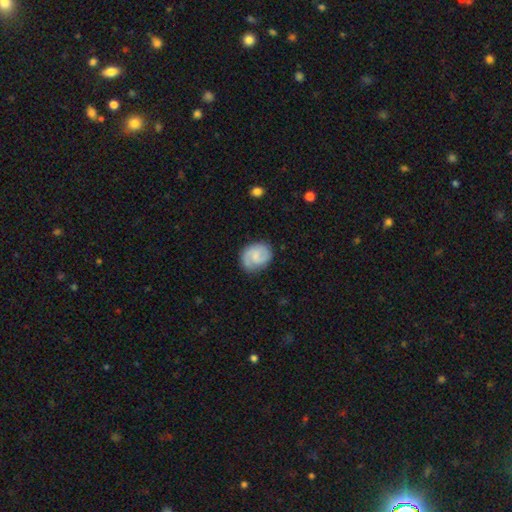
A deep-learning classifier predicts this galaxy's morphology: Smooth or featured: featured or disk — 58% (smooth — 36%)
Edge-on disk: no — 98% (yes — 2%)
Bar: no — 48% (weak — 45%)
Spiral arms: yes — 92% (no — 8%)
Spiral winding: medium — 45% (tight — 38%)
Spiral arm count: 2 — 74% (can't tell — 11%)
Bulge size: small — 41% (none — 29%)
Merging: none — 74% (minor disturbance — 18%)